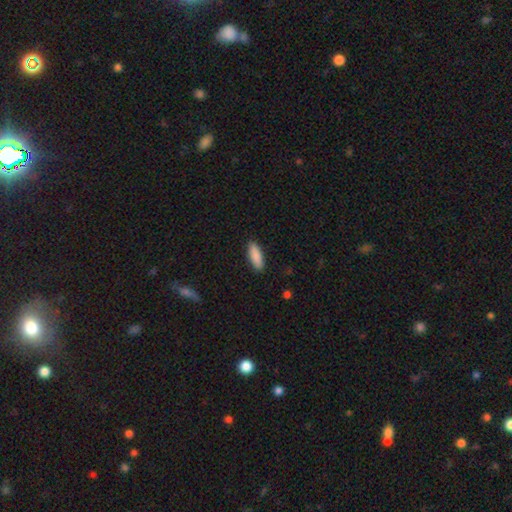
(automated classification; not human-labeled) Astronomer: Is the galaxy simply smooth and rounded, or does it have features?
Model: smooth — 89%.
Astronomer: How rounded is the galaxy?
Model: in between — 59% (runner-up: cigar-shaped, 39%).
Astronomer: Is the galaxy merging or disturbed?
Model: none — 90%.